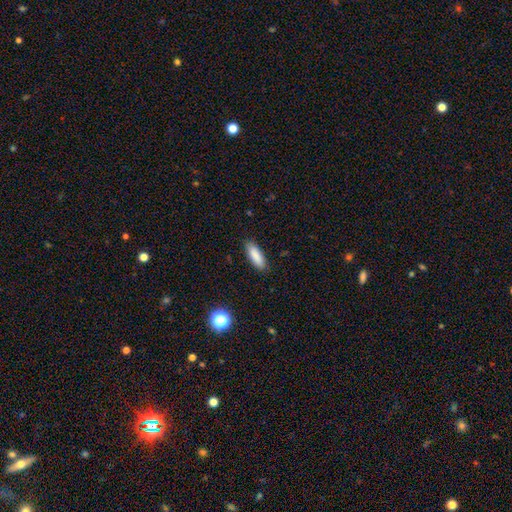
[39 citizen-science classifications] smooth 77%, star or artifact 13%, featured or disk 10%. Down the decision tree: how rounded — cigar-shaped (53%); merging — none (97%).